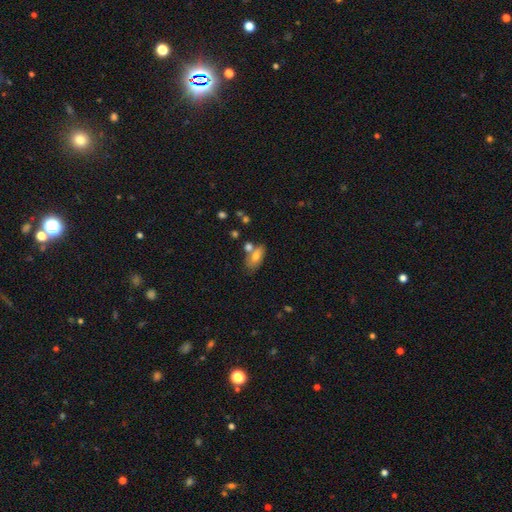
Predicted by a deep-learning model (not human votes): A smooth galaxy with no disk features (70%) that is in between round and cigar-shaped (87%).

Vote fractions:
- Smooth or featured? smooth: 70% / featured or disk: 22% / star or artifact: 8%
- How rounded? in between: 87% / cigar-shaped: 8% / round: 5%
- Merging? none: 49% / merger: 27% / minor disturbance: 18% / major disturbance: 6%